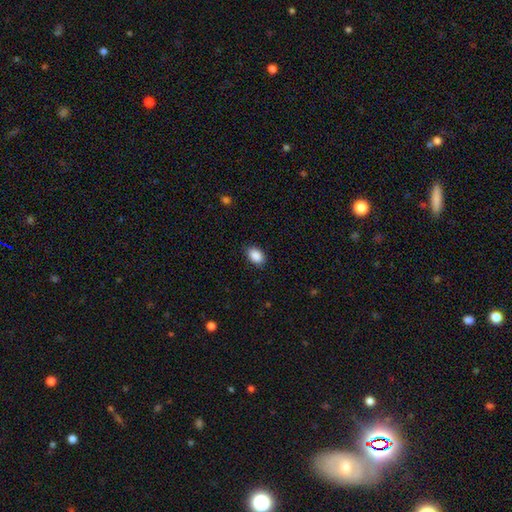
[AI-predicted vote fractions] smooth 90%, star or artifact 7%, featured or disk 3%. Down the decision tree: how rounded — in between (88%); merging — none (87%).